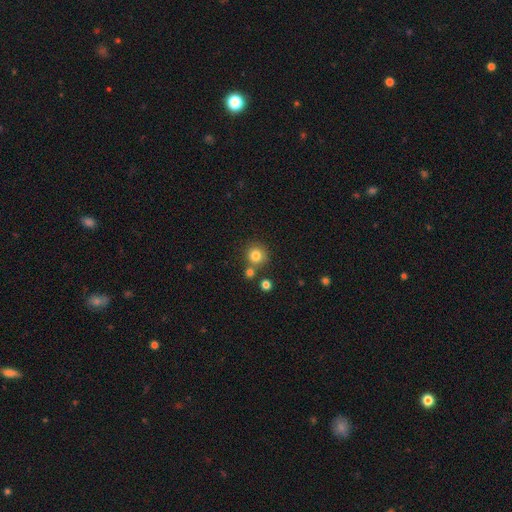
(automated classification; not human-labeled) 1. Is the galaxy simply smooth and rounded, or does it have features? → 81% smooth, 12% star or artifact, 7% featured or disk.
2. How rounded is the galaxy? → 91% round, 8% in between, 1% cigar-shaped.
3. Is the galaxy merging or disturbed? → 71% none, 16% merger, 9% minor disturbance, 3% major disturbance.